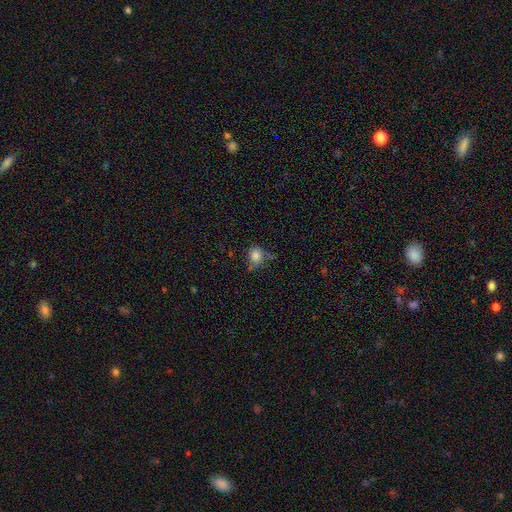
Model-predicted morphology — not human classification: smooth-or-featured: smooth: 80% | star or artifact: 12% | featured or disk: 9%
  how-rounded: round: 63% | in between: 35% | cigar-shaped: 1%
  merging: none: 58% | minor disturbance: 27% | major disturbance: 9% | merger: 6%